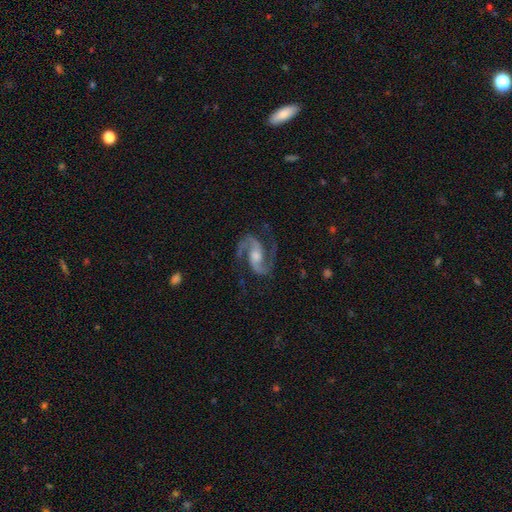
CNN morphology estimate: Overall: featured or disk (93%). Edge-on disk: no (98%). Bar: weak (40%, tied with no). Spiral arms: yes (99%). Spiral arm count: 2 (94%). Spiral winding: medium (65%). Bulge size: moderate (54%; small 27%). Merging: none (80%).